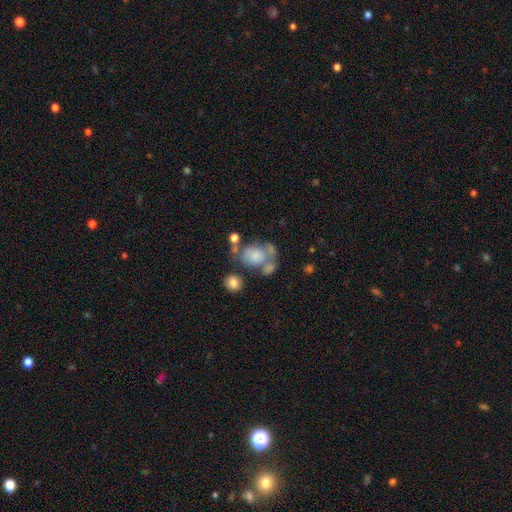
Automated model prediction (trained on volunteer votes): Smooth or featured: smooth — 64% (featured or disk — 27%)
How rounded: round — 50% (in between — 49%)
Merging: merger — 34% (none — 32%)